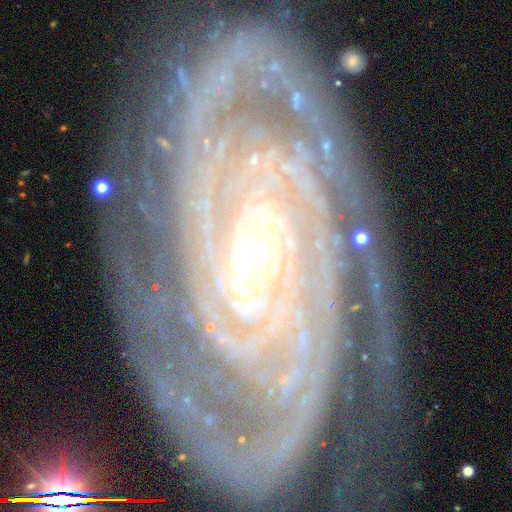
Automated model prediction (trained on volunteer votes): Smooth or featured: featured or disk — 92% (star or artifact — 5%)
Edge-on disk: no — 95% (yes — 5%)
Bar: no — 46% (weak — 30%)
Spiral arms: yes — 97% (no — 3%)
Spiral winding: tight — 78% (medium — 17%)
Spiral arm count: can't tell — 22% (2 — 21%)
Bulge size: moderate — 53% (small — 39%)
Merging: none — 72% (minor disturbance — 15%)